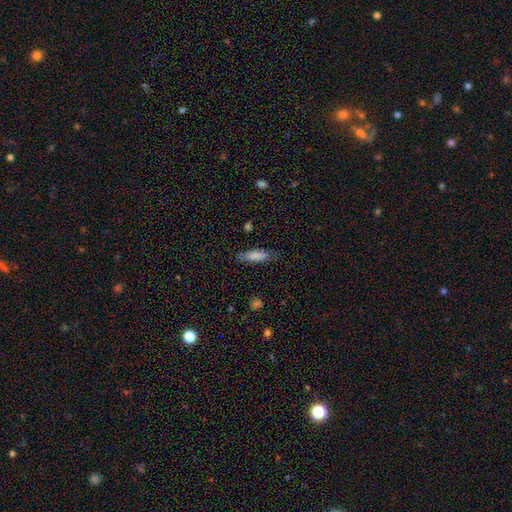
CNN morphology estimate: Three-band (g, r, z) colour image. It shows a smooth galaxy with no disk features (83%) that is in between round and cigar-shaped (49%, tied with cigar-shaped). Merging: none (80%).